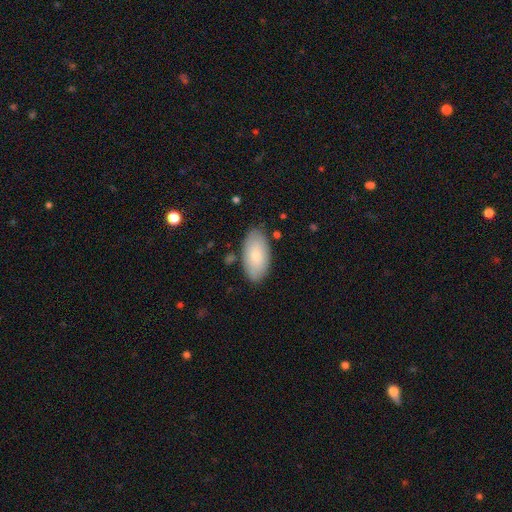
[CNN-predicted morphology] Overall: smooth (80%). How rounded: in between (95%). Merging: none (82%).